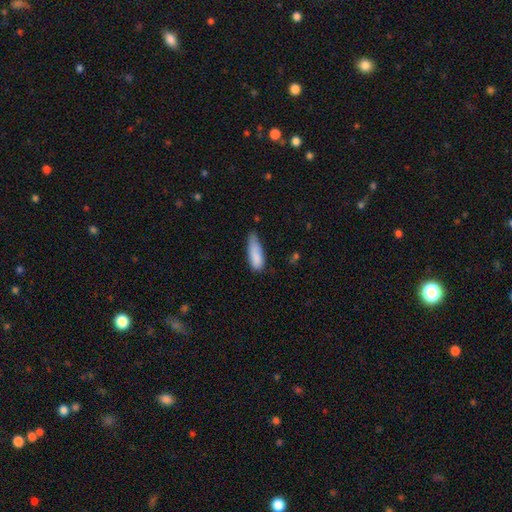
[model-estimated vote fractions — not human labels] smooth-or-featured: smooth: 86% | featured or disk: 7% | star or artifact: 7%
  how-rounded: in between: 55% | cigar-shaped: 43% | round: 2%
  merging: none: 44% | minor disturbance: 43% | major disturbance: 10% | merger: 3%